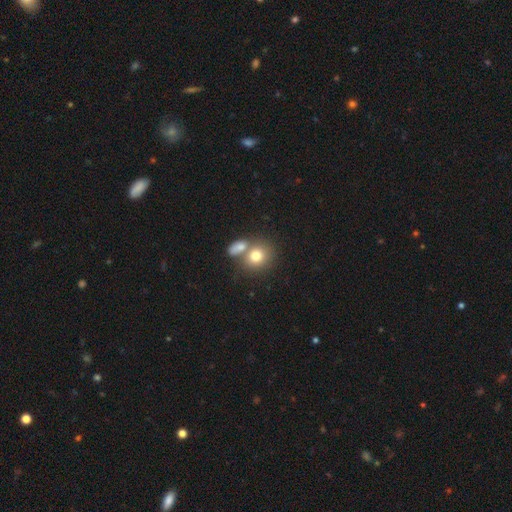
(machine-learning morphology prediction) This is likely a smooth galaxy (77%). How rounded: likely round (68%). Merging: marginally merger (45%).